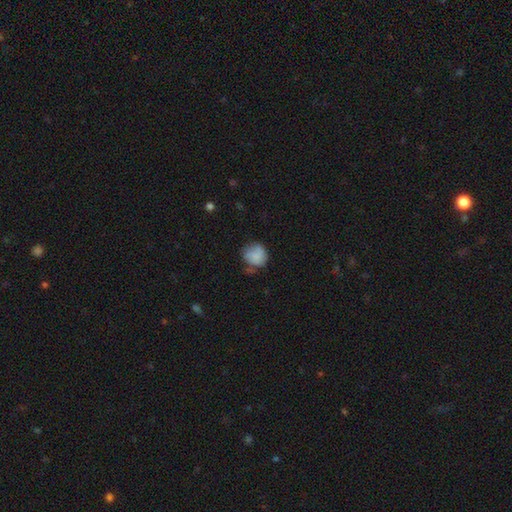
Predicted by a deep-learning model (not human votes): Smooth or featured?
  - smooth: 77% *
  - featured or disk: 14%
  - star or artifact: 9%
How rounded?
  - round: 77% *
  - in between: 22%
  - cigar-shaped: 1%
Merging?
  - none: 50% *
  - minor disturbance: 32%
  - major disturbance: 13%
  - merger: 5%